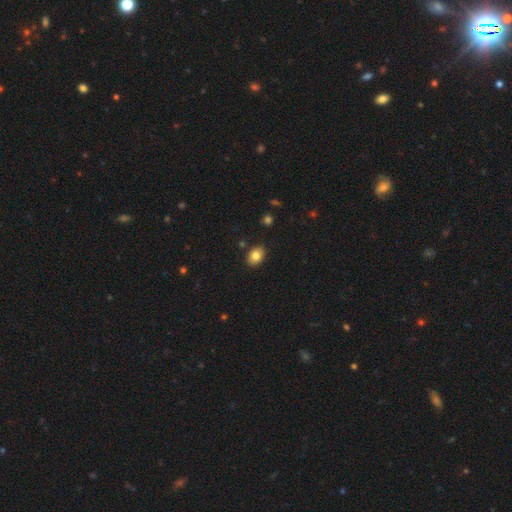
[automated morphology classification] Smooth or featured?
  - smooth: 81% *
  - featured or disk: 10%
  - star or artifact: 9%
How rounded?
  - in between: 78% *
  - round: 21%
  - cigar-shaped: 1%
Merging?
  - none: 86% *
  - minor disturbance: 10%
  - merger: 2%
  - major disturbance: 2%